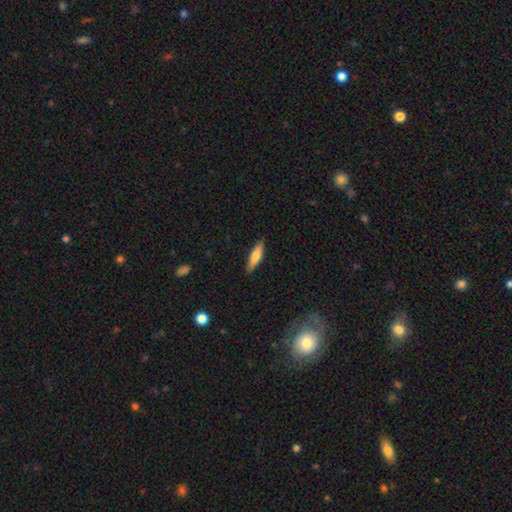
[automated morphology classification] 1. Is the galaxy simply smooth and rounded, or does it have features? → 69% smooth, 25% featured or disk, 6% star or artifact.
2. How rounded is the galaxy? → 68% cigar-shaped, 30% in between, 2% round.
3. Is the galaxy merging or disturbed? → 88% none, 9% minor disturbance, 2% major disturbance, 1% merger.